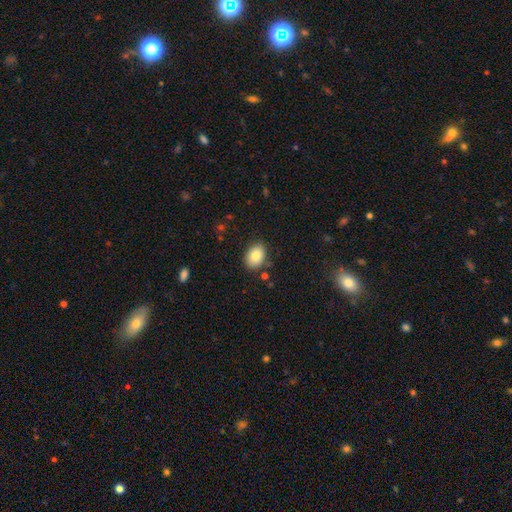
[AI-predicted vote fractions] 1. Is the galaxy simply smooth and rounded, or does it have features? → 84% smooth, 8% featured or disk, 8% star or artifact.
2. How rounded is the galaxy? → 77% in between, 22% round, 1% cigar-shaped.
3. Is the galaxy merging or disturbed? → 83% none, 12% minor disturbance, 3% major disturbance, 2% merger.